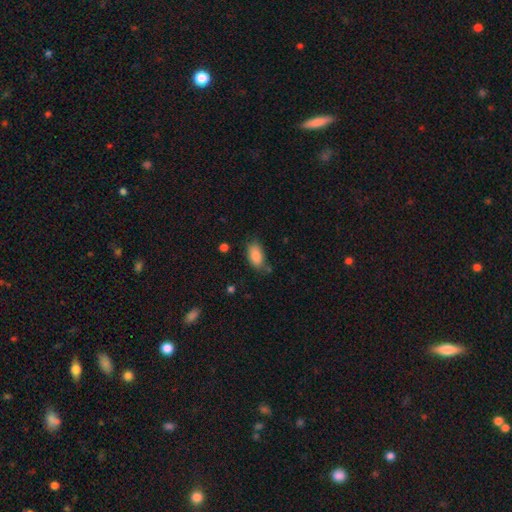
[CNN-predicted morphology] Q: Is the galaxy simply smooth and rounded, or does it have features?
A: smooth — 88%.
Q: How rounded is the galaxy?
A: in between — 92%.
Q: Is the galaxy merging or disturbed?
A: none — 73%.